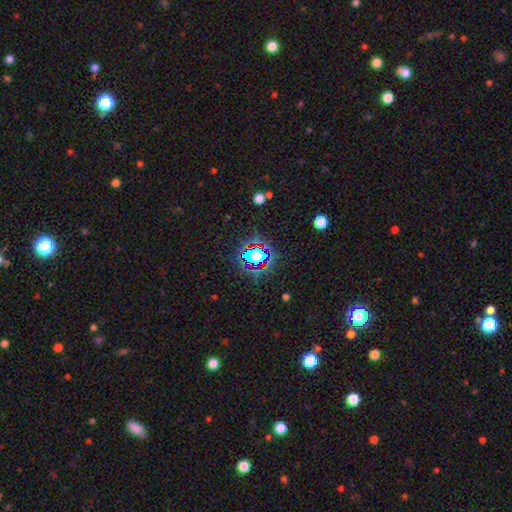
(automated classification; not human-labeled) smooth_or_featured: star or artifact (p=0.65) [alt: smooth p=0.23]